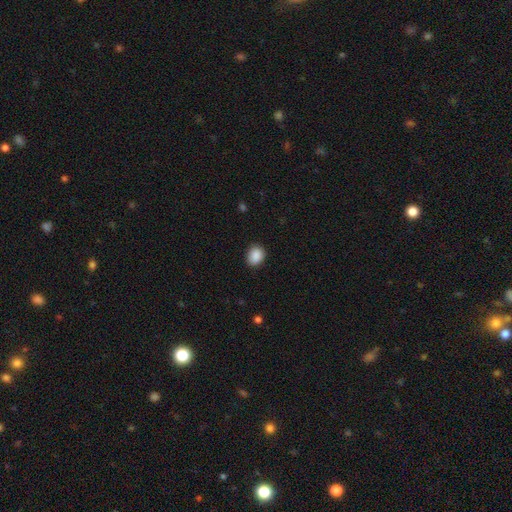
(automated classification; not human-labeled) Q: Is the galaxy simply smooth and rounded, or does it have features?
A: smooth — 89%.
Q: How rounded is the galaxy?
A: in between — 55%.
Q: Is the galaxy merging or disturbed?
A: none — 86%.